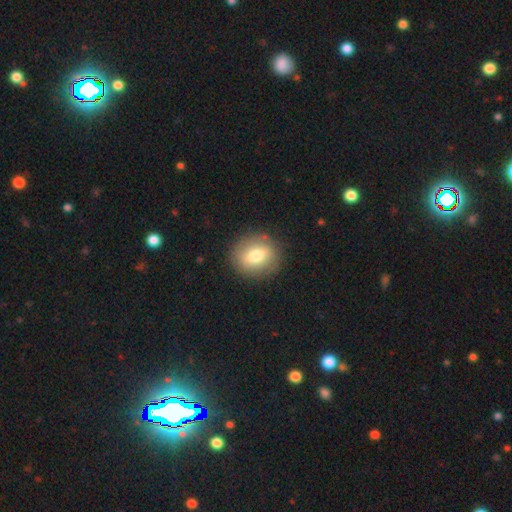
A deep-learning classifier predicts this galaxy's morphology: smooth 70%, featured or disk 22%, star or artifact 8%. Down the decision tree: how rounded — round (73%); merging — none (87%).